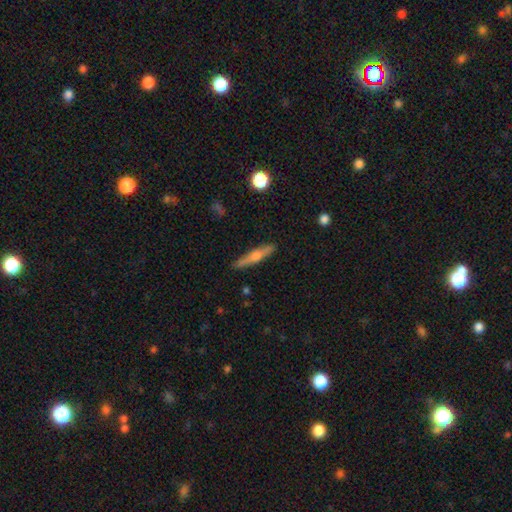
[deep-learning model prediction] Q: Smooth or featured?
A: featured or disk (57%); runner-up: smooth (36%)
Q: Edge-on disk?
A: yes (96%); runner-up: no (4%)
Q: Edge-on bulge?
A: rounded (86%); runner-up: none (7%)
Q: Merging?
A: none (89%); runner-up: minor disturbance (8%)